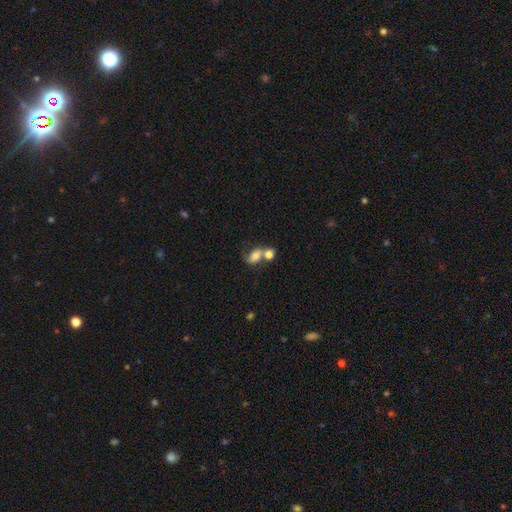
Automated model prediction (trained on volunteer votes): Smooth or featured: smooth — 67% (featured or disk — 23%)
How rounded: in between — 73% (round — 24%)
Merging: merger — 60% (none — 23%)